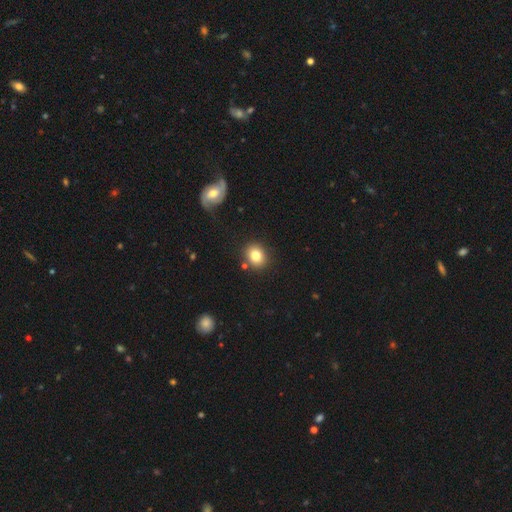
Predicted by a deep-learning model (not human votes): This is clearly a smooth galaxy (81%). How rounded: likely round (70%). Merging: clearly none (84%).